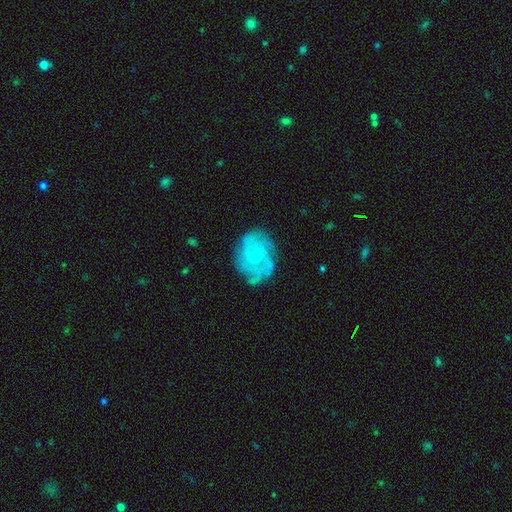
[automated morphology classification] A featured or disk galaxy (76%) with no bar (63%), tight (51%) spiral arms (85%) and a small central bulge (66%). Merging: none (66%).